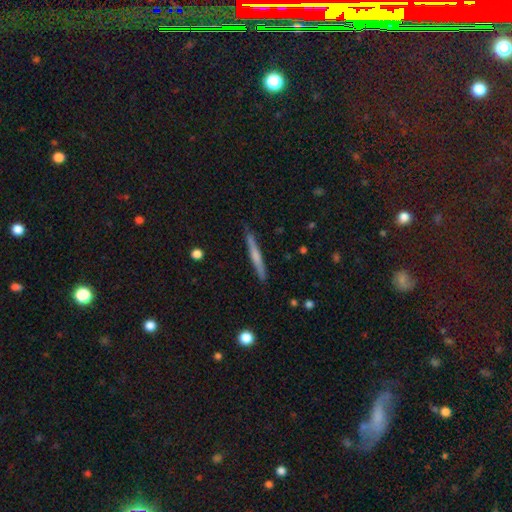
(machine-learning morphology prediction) smooth 49%, featured or disk 46%, star or artifact 6%. Down the decision tree: merging — none (88%).